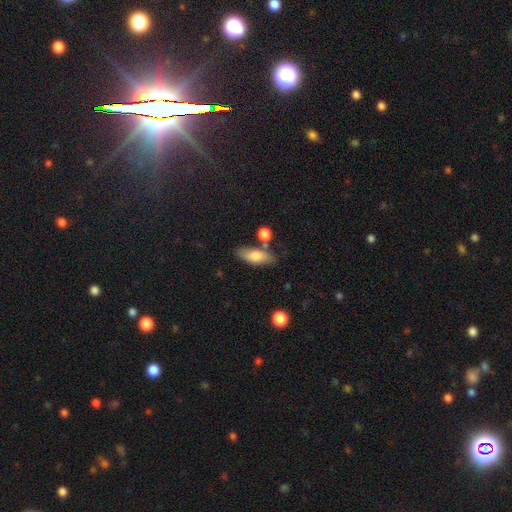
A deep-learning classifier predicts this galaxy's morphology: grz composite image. It shows a smooth galaxy with no disk features (76%) that is in between round and cigar-shaped (71%). Merging: none (68%).